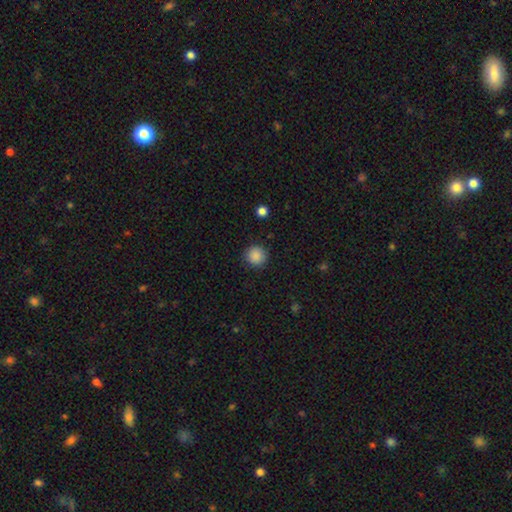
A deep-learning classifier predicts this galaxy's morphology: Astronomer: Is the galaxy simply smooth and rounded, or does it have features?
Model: smooth — 88%.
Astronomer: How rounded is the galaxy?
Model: round — 95%.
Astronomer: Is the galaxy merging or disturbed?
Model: none — 90%.